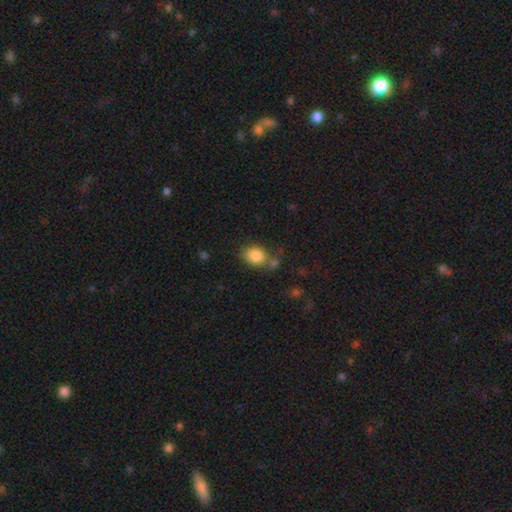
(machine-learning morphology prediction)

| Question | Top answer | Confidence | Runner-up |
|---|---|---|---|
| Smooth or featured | smooth | 85% | star or artifact (9%) |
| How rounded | in between | 62% | round (37%) |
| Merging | none | 64% | minor disturbance (16%) |